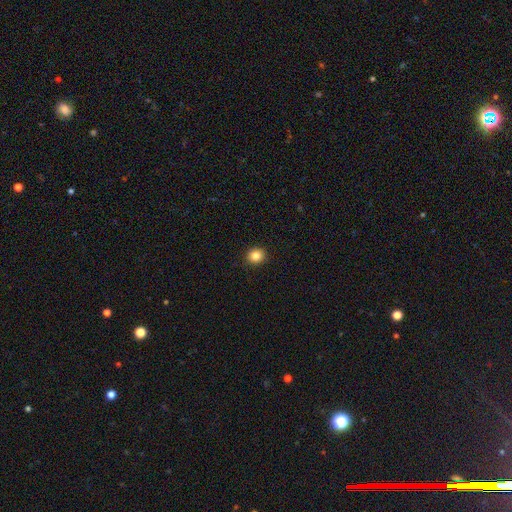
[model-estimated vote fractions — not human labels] Smooth or featured? smooth (85%)
How rounded? round (80%)
Merging? none (92%)